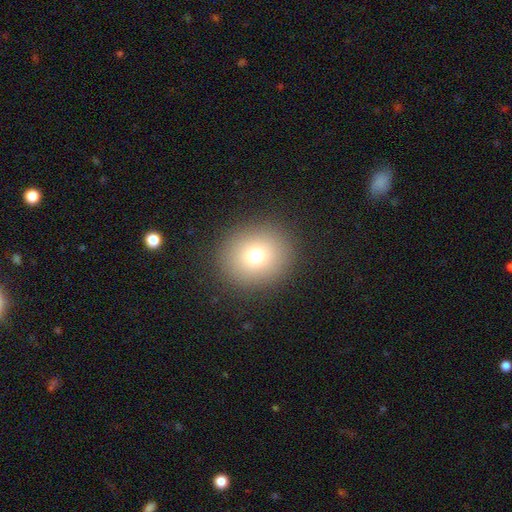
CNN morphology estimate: Smooth or featured?
  - smooth: 72% *
  - star or artifact: 17%
  - featured or disk: 10%
How rounded?
  - round: 87% *
  - in between: 12%
  - cigar-shaped: 1%
Merging?
  - none: 90% *
  - minor disturbance: 5%
  - major disturbance: 3%
  - merger: 1%